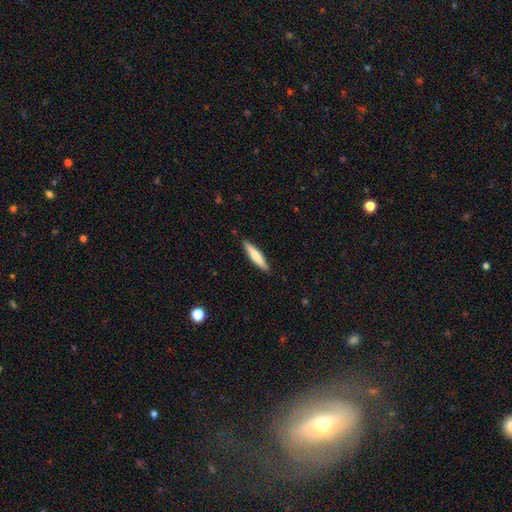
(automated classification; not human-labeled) smooth-or-featured: smooth: 66% | featured or disk: 29% | star or artifact: 5%
  how-rounded: cigar-shaped: 89% | in between: 10% | round: 1%
  merging: none: 90% | minor disturbance: 8% | major disturbance: 2% | merger: 1%